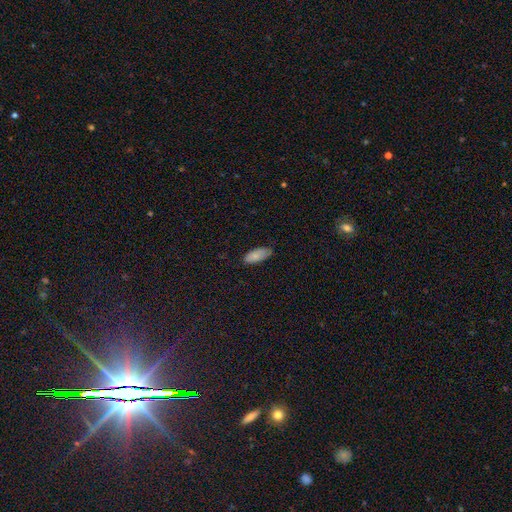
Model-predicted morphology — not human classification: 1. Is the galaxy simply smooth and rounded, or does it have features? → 85% smooth, 8% featured or disk, 7% star or artifact.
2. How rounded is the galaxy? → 85% in between, 13% cigar-shaped, 2% round.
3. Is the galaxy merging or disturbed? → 75% none, 21% minor disturbance, 3% major disturbance, 1% merger.